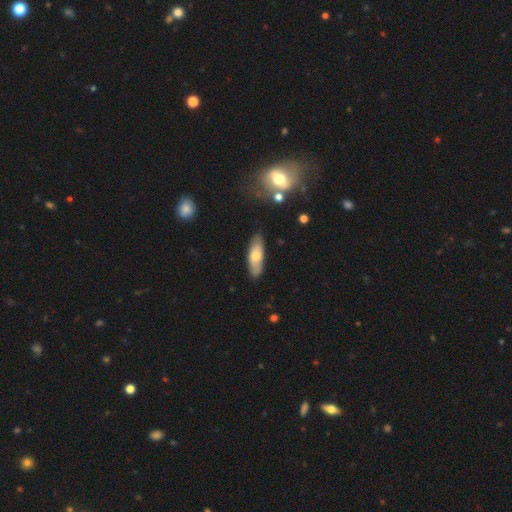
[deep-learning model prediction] A smooth galaxy with no disk features (67%) that is in between round and cigar-shaped (62%).

Vote fractions:
- Smooth or featured? smooth: 67% / featured or disk: 27% / star or artifact: 6%
- How rounded? in between: 62% / cigar-shaped: 36% / round: 2%
- Merging? none: 83% / minor disturbance: 14% / major disturbance: 2% / merger: 2%